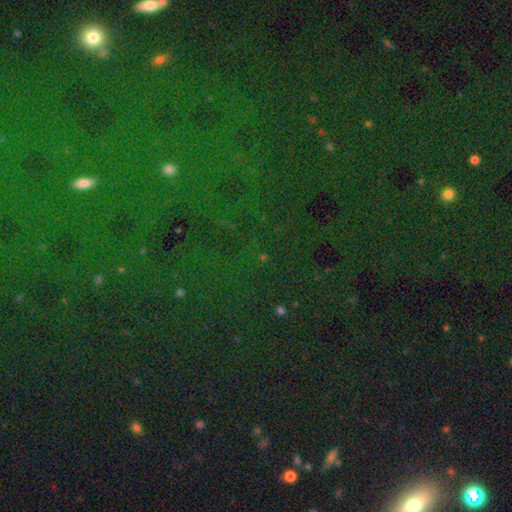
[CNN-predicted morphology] Overall: star or artifact (80%).